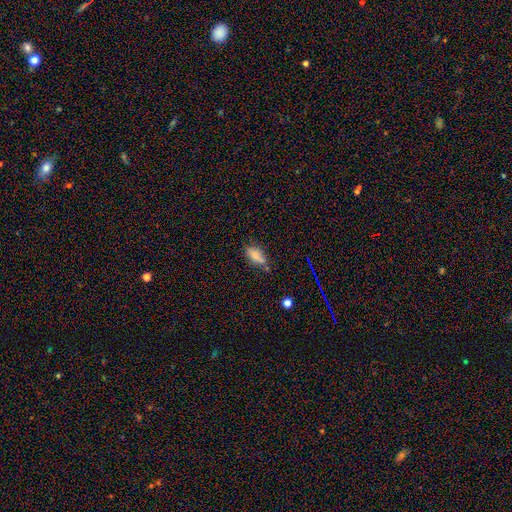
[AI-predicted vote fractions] smooth_or_featured: smooth (p=0.76) [alt: featured or disk p=0.13]
how_rounded: in between (p=0.81) [alt: cigar-shaped p=0.14]
merging: none (p=0.55) [alt: minor disturbance p=0.26]